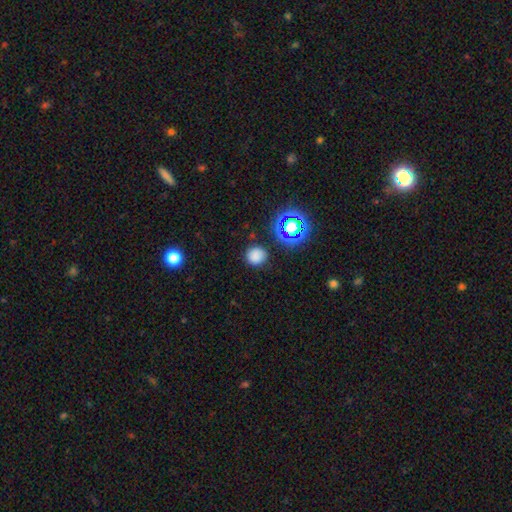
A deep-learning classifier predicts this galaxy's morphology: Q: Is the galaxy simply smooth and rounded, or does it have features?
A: smooth — 75%.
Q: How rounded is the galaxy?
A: round — 88%.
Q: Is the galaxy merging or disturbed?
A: none — 86%.